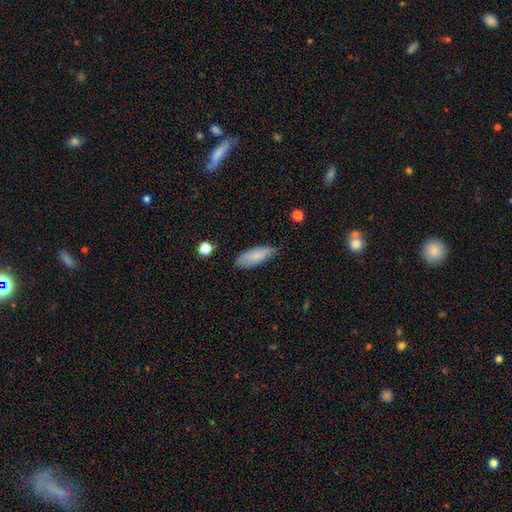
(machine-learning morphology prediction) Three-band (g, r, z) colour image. It shows a smooth galaxy with no disk features (81%) that is in between round and cigar-shaped (72%). Merging: none (76%).